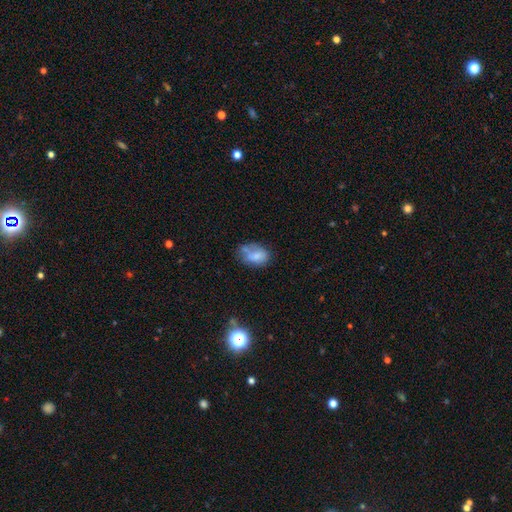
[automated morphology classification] Smooth or featured? smooth (71%)
How rounded? in between (82%)
Merging? none (43%)